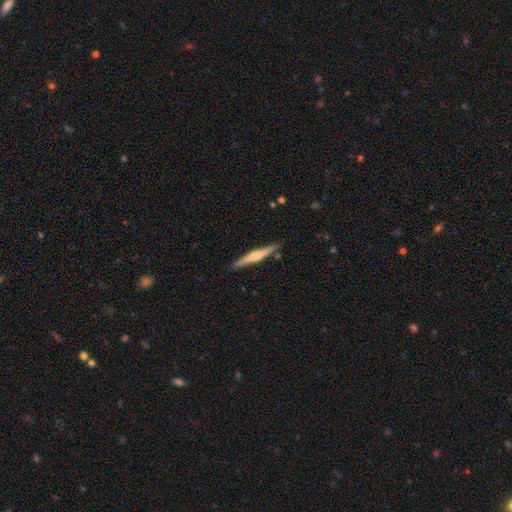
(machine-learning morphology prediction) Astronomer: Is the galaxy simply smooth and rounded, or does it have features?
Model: featured or disk — 57% (runner-up: smooth, 37%).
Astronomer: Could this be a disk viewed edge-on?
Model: yes — 98%.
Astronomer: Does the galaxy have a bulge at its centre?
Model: rounded — 78%.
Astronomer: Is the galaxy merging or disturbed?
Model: none — 88%.